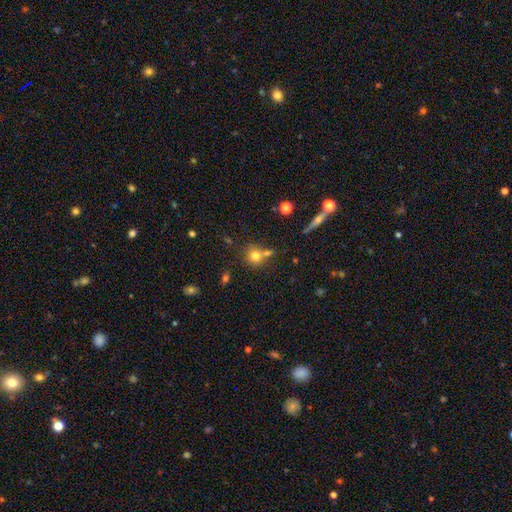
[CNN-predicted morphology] smooth_or_featured: smooth (p=0.75) [alt: star or artifact p=0.14]
how_rounded: round (p=0.86) [alt: in between p=0.12]
merging: none (p=0.58) [alt: merger p=0.27]